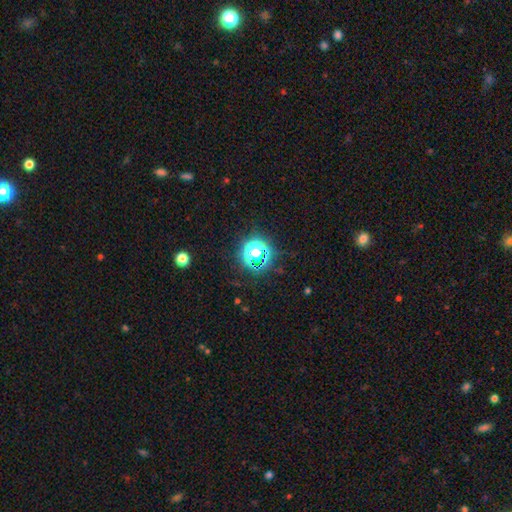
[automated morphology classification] This appears to be a star or artifact, not a galaxy (59%).